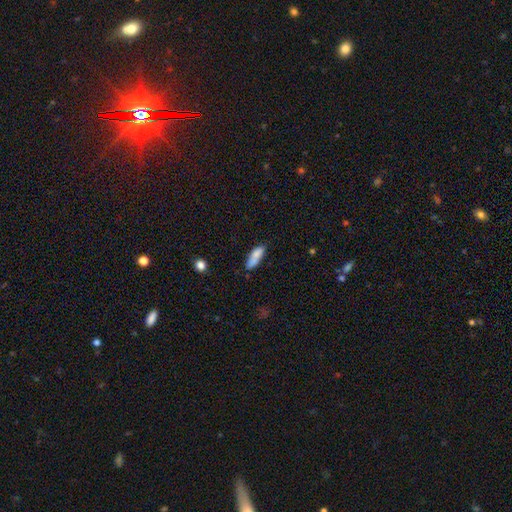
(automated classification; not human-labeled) Morphology: type=smooth (78%); roundness=in between (53%); merging=none (56%).